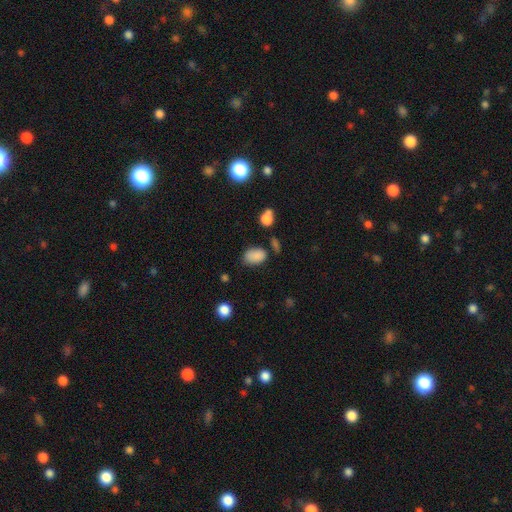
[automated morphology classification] type=smooth (85%); roundness=in between (87%); merging=none (68%).